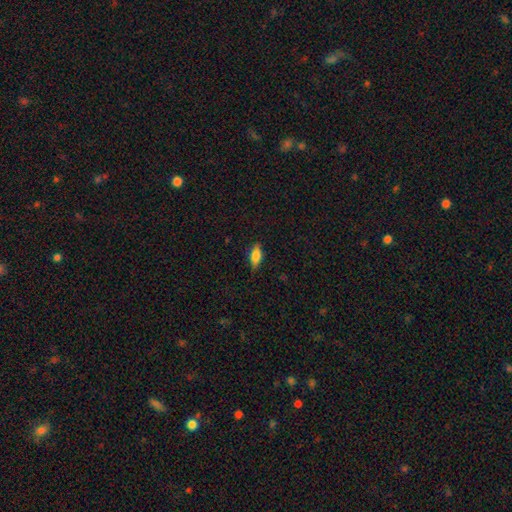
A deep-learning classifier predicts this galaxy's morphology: smooth 75%, featured or disk 18%, star or artifact 8%. Down the decision tree: how rounded — in between (78%); merging — none (81%).